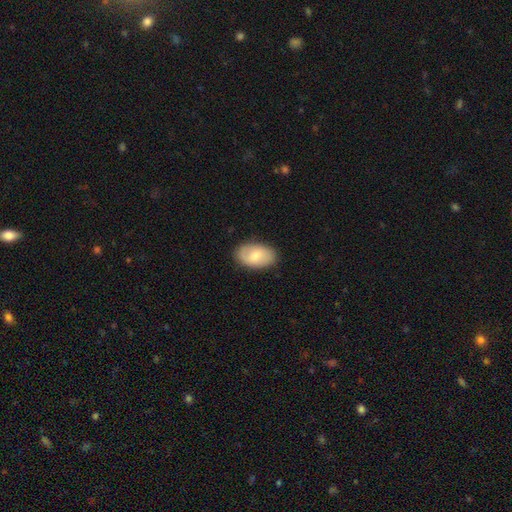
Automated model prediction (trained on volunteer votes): A smooth galaxy with no disk features (66%) that is in between round and cigar-shaped (91%).

Vote fractions:
- Smooth or featured? smooth: 66% / featured or disk: 28% / star or artifact: 6%
- How rounded? in between: 91% / round: 8% / cigar-shaped: 1%
- Merging? none: 84% / minor disturbance: 12% / major disturbance: 3% / merger: 1%